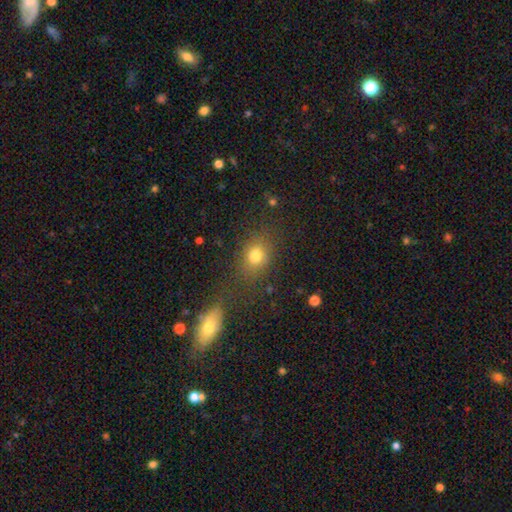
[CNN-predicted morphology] Smooth or featured: smooth — 75% (star or artifact — 16%)
How rounded: round — 55% (in between — 43%)
Merging: none — 71% (minor disturbance — 12%)